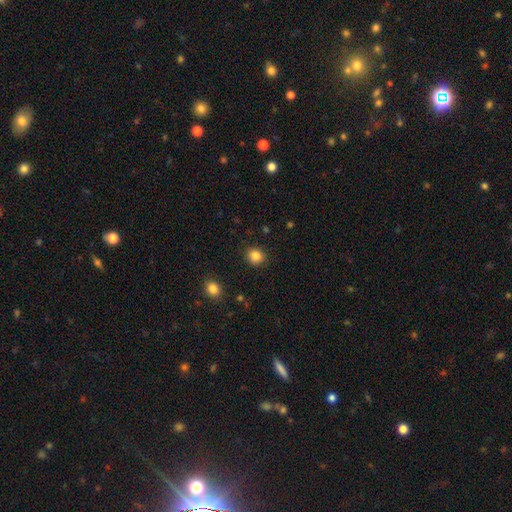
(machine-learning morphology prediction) Q: Smooth or featured?
A: smooth (85%); runner-up: star or artifact (11%)
Q: How rounded?
A: round (82%); runner-up: in between (17%)
Q: Merging?
A: none (90%); runner-up: minor disturbance (6%)